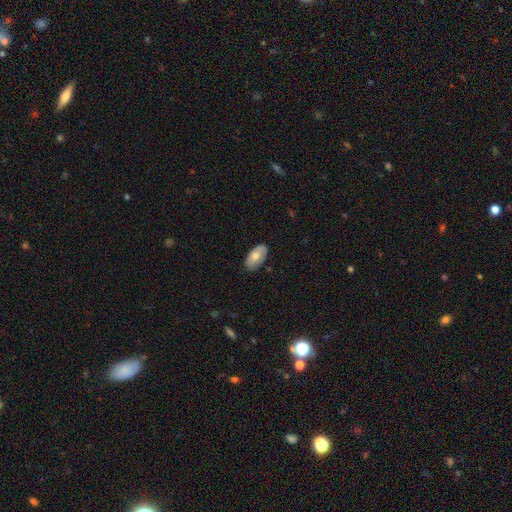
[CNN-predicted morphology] A smooth galaxy with no disk features (73%) that is in between round and cigar-shaped (95%).

Vote fractions:
- Smooth or featured? smooth: 73% / featured or disk: 21% / star or artifact: 6%
- How rounded? in between: 95% / round: 3% / cigar-shaped: 2%
- Merging? none: 84% / minor disturbance: 13% / major disturbance: 2% / merger: 1%